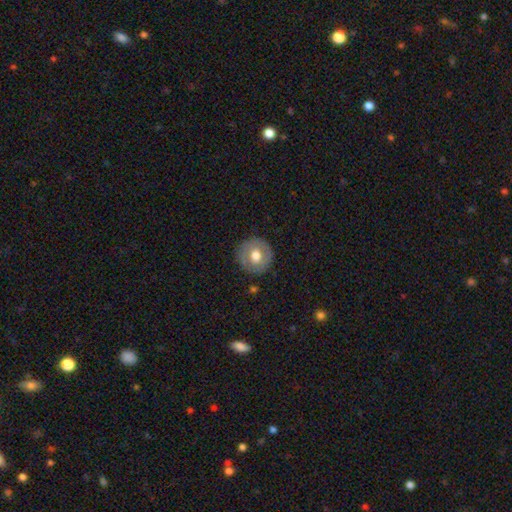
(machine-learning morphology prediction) This is likely a smooth galaxy (62%). How rounded: clearly round (93%). Merging: clearly none (87%).